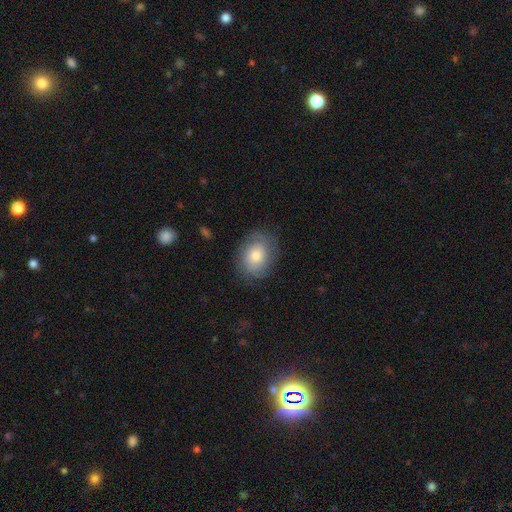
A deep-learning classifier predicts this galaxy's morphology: type=smooth (65%); roundness=in between (62%); merging=none (78%).